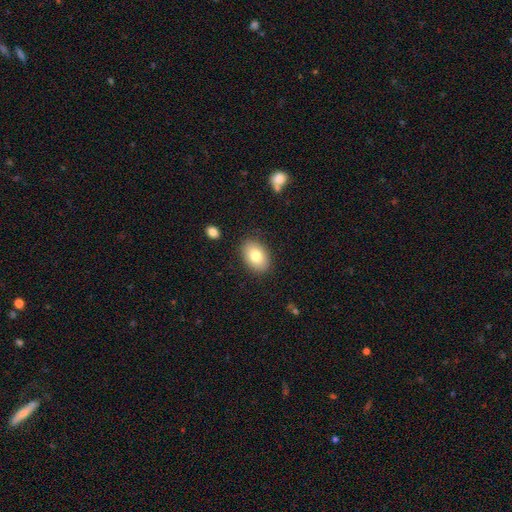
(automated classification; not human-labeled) smooth_or_featured: smooth (p=0.80) [alt: featured or disk p=0.13]
how_rounded: in between (p=0.86) [alt: round p=0.13]
merging: none (p=0.87) [alt: minor disturbance p=0.10]